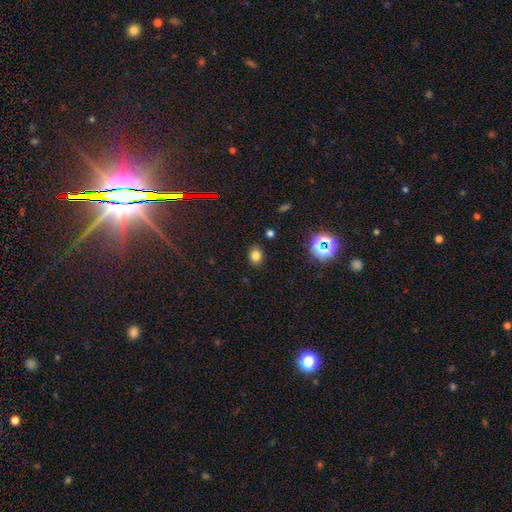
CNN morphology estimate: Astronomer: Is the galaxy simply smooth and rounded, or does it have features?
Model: smooth — 77%.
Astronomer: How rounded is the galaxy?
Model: round — 54% (runner-up: in between, 45%).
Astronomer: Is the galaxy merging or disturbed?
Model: none — 87%.